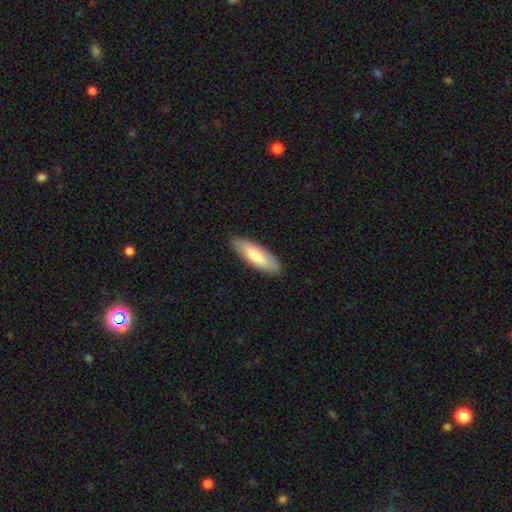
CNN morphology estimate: type=smooth (76%); roundness=in between (57%); merging=none (85%).